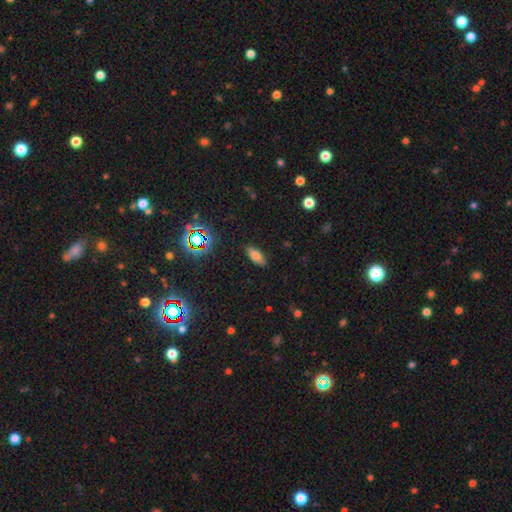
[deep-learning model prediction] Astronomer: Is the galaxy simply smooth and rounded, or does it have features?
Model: smooth — 73%.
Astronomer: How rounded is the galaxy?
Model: in between — 84%.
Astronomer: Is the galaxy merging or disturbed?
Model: none — 87%.